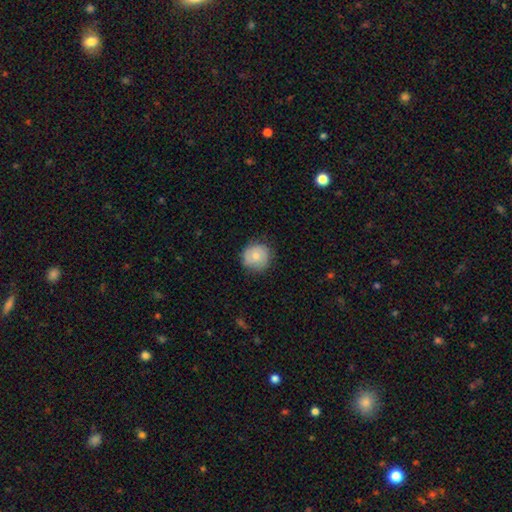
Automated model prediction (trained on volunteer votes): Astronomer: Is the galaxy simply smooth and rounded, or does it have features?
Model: smooth — 68%.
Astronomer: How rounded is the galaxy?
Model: round — 89%.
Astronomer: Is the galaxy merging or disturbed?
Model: none — 75%.